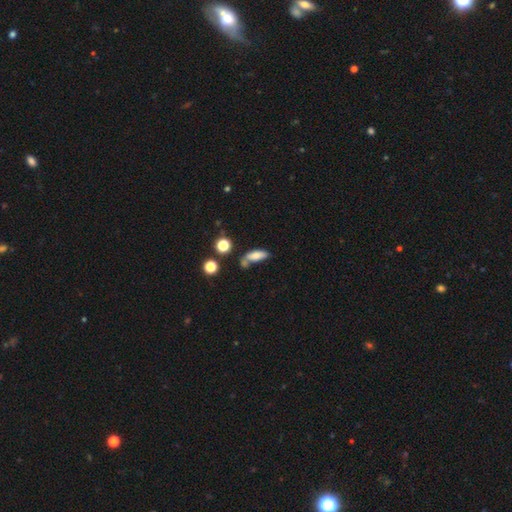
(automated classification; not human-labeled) Q: Smooth or featured?
A: smooth (77%); runner-up: featured or disk (13%)
Q: How rounded?
A: in between (71%); runner-up: cigar-shaped (25%)
Q: Merging?
A: none (45%); runner-up: merger (24%)